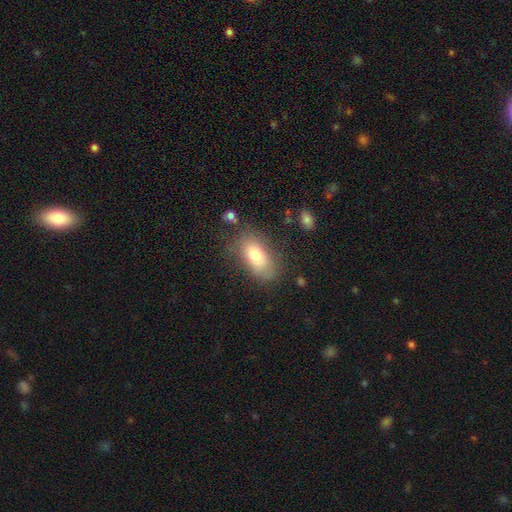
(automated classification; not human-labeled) Smooth or featured: smooth — 75% (featured or disk — 17%)
How rounded: in between — 89% (round — 6%)
Merging: none — 71% (minor disturbance — 19%)